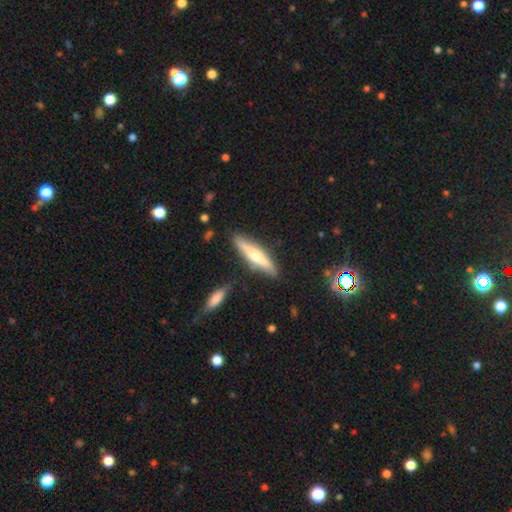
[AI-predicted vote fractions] Smooth or featured: featured or disk — 49% (smooth — 45%)
Merging: none — 81% (minor disturbance — 11%)